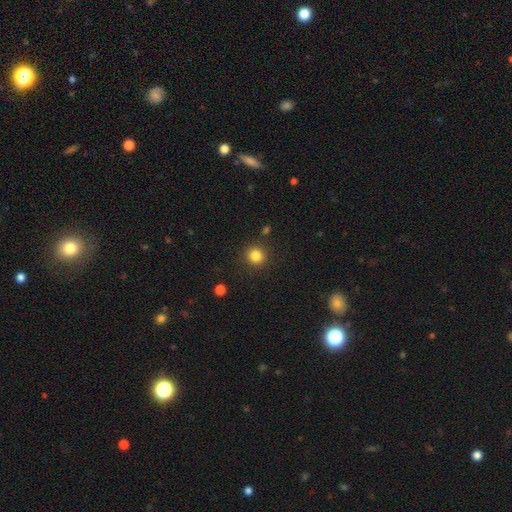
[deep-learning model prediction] Smooth or featured?
  - smooth: 84% *
  - star or artifact: 12%
  - featured or disk: 5%
How rounded?
  - round: 93% *
  - in between: 6%
  - cigar-shaped: 1%
Merging?
  - none: 90% *
  - minor disturbance: 6%
  - major disturbance: 2%
  - merger: 2%